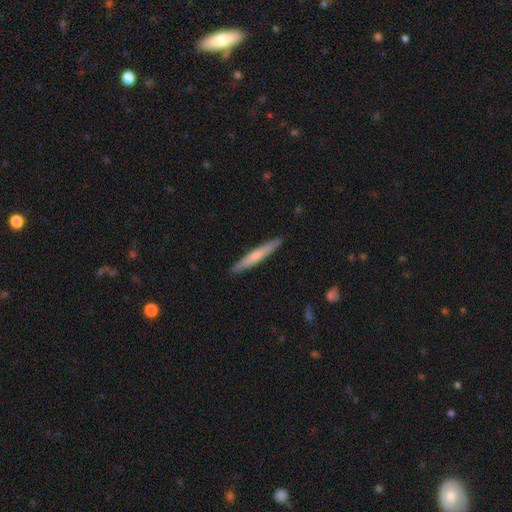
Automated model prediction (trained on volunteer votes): Morphology: type=smooth (59%); roundness=cigar-shaped (95%); merging=none (91%).